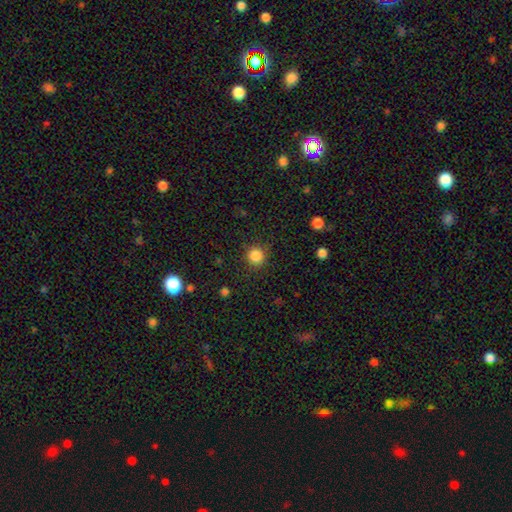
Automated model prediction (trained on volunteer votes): smooth_or_featured: smooth (p=0.85) [alt: star or artifact p=0.11]
how_rounded: round (p=0.91) [alt: in between p=0.08]
merging: none (p=0.87) [alt: minor disturbance p=0.09]